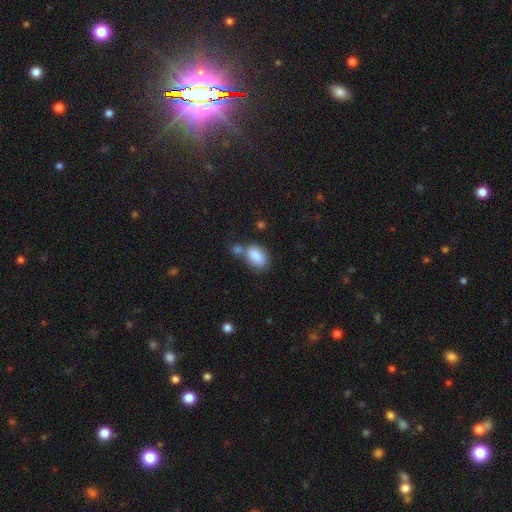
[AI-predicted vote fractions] A smooth galaxy with no disk features (86%) that is in between round and cigar-shaped (89%).

Vote fractions:
- Smooth or featured? smooth: 86% / star or artifact: 7% / featured or disk: 7%
- How rounded? in between: 89% / round: 10% / cigar-shaped: 2%
- Merging? none: 47% / merger: 33% / minor disturbance: 15% / major disturbance: 5%